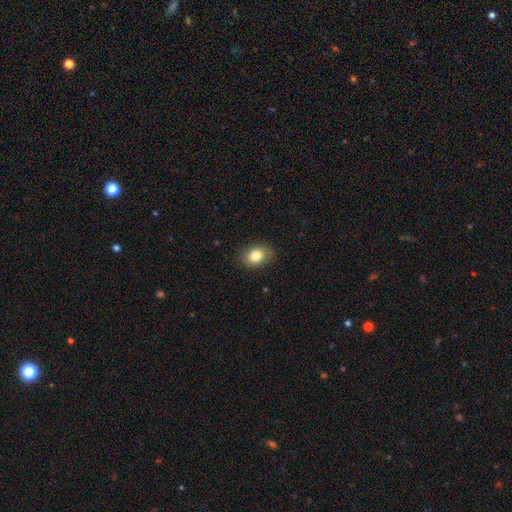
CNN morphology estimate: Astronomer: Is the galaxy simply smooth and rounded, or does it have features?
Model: smooth — 82%.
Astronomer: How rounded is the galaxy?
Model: in between — 68%.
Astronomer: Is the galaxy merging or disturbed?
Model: none — 84%.